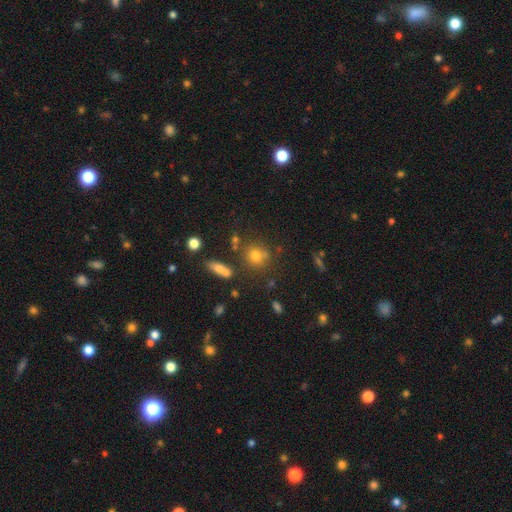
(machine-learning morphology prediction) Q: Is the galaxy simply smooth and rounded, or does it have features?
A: smooth — 71%.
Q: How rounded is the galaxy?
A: round — 81%.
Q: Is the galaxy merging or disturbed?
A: none — 67%.